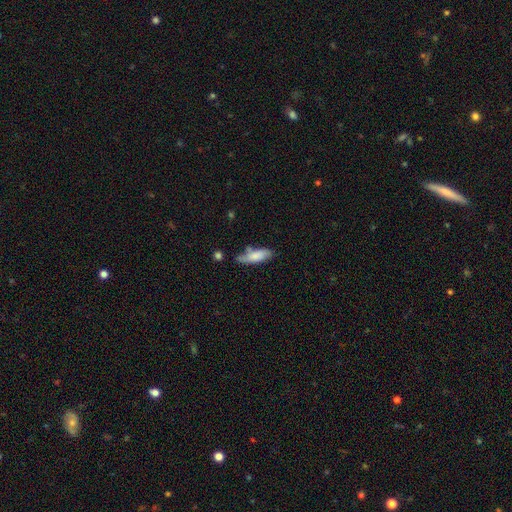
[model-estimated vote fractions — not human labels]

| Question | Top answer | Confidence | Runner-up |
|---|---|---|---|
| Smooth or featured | smooth | 76% | featured or disk (18%) |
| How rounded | in between | 54% | cigar-shaped (45%) |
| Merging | none | 56% | minor disturbance (28%) |